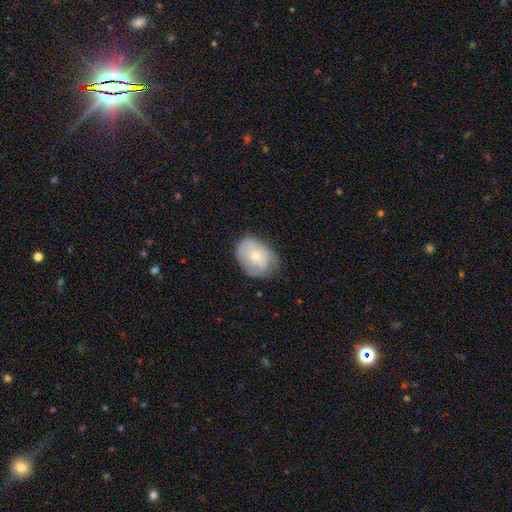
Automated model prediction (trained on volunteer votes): smooth_or_featured: smooth (p=0.62) [alt: featured or disk p=0.31]
how_rounded: in between (p=0.70) [alt: round p=0.29]
merging: none (p=0.62) [alt: minor disturbance p=0.29]